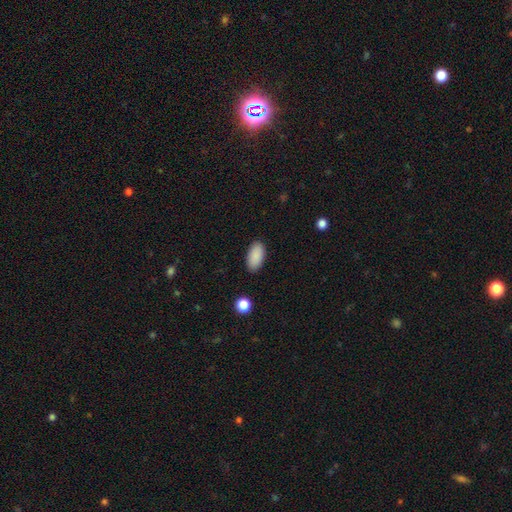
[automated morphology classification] Smooth or featured?
  - smooth: 90% *
  - star or artifact: 7%
  - featured or disk: 4%
How rounded?
  - in between: 94% *
  - cigar-shaped: 4%
  - round: 2%
Merging?
  - none: 89% *
  - minor disturbance: 8%
  - major disturbance: 2%
  - merger: 1%